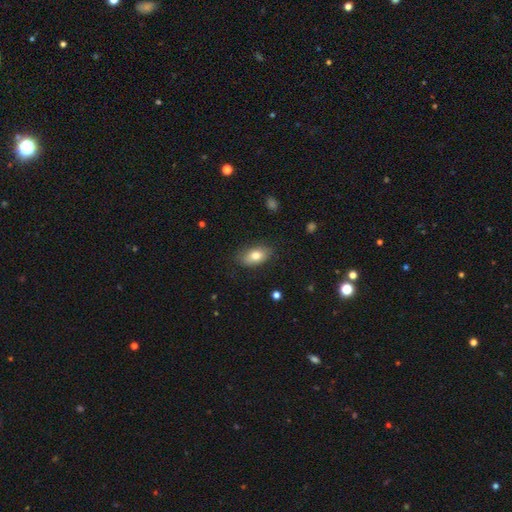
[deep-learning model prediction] This is likely a smooth galaxy (78%). How rounded: clearly in between (89%). Merging: clearly none (81%).